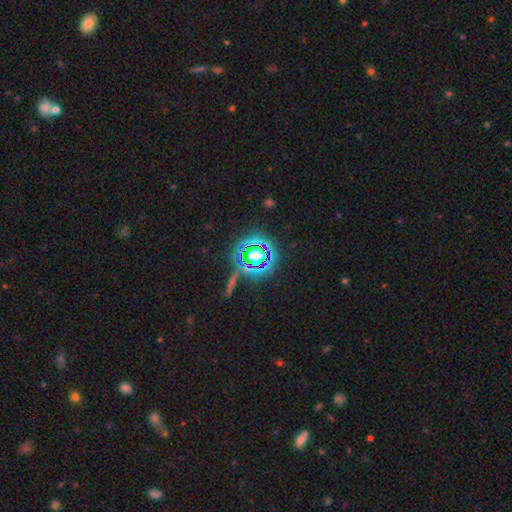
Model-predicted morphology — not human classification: Smooth or featured? star or artifact (64%)